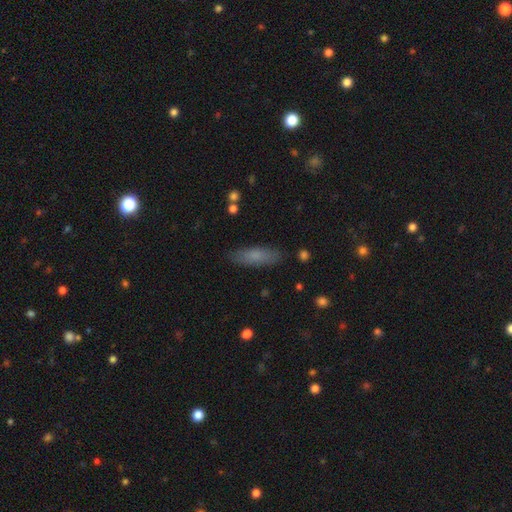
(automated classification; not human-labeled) Q: Smooth or featured?
A: smooth (77%); runner-up: featured or disk (15%)
Q: How rounded?
A: in between (49%); tied with: cigar-shaped (49%)
Q: Merging?
A: none (85%); runner-up: minor disturbance (11%)